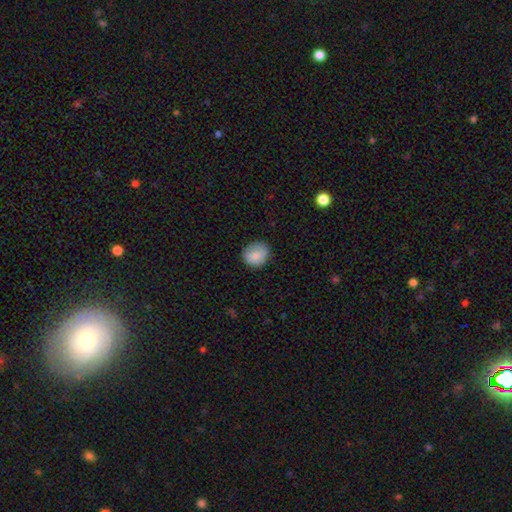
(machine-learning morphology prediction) A smooth galaxy with no disk features (84%) that is round (77%).

Vote fractions:
- Smooth or featured? smooth: 84% / featured or disk: 8% / star or artifact: 8%
- How rounded? round: 77% / in between: 22% / cigar-shaped: 1%
- Merging? none: 78% / minor disturbance: 17% / major disturbance: 4% / merger: 1%